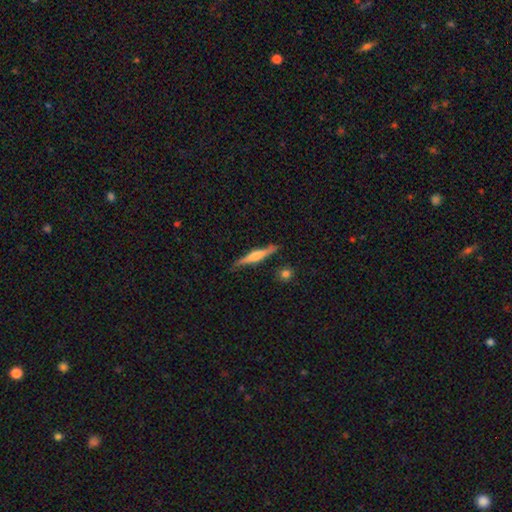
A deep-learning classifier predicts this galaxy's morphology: featured or disk 55%, smooth 39%, star or artifact 6%. Down the decision tree: edge-on disk — yes (96%); edge-on bulge — rounded (63%); merging — none (83%).